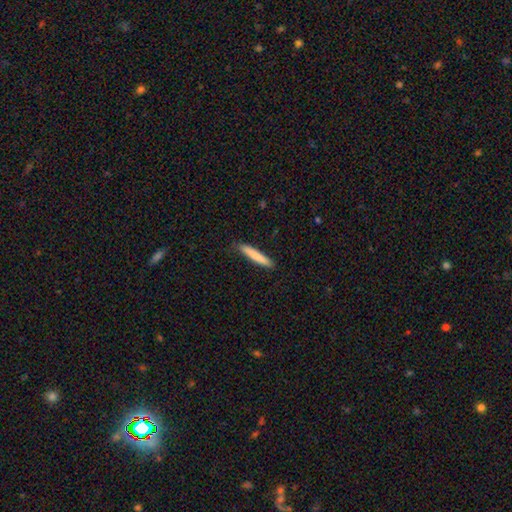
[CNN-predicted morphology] A smooth galaxy with no disk features (81%) that is cigar-shaped (94%).

Vote fractions:
- Smooth or featured? smooth: 81% / featured or disk: 13% / star or artifact: 5%
- How rounded? cigar-shaped: 94% / in between: 5% / round: 1%
- Merging? none: 86% / minor disturbance: 11% / major disturbance: 2% / merger: 1%